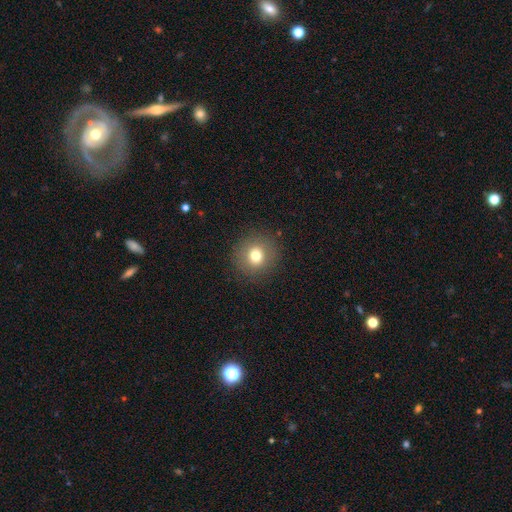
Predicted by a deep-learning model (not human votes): Smooth or featured? smooth (75%)
How rounded? round (92%)
Merging? none (89%)